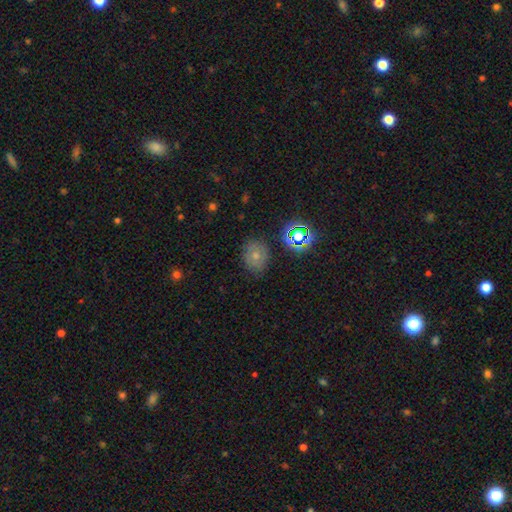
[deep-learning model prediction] smooth_or_featured: smooth (p=0.65) [alt: star or artifact p=0.19]
how_rounded: round (p=0.61) [alt: in between p=0.39]
merging: none (p=0.79) [alt: minor disturbance p=0.15]